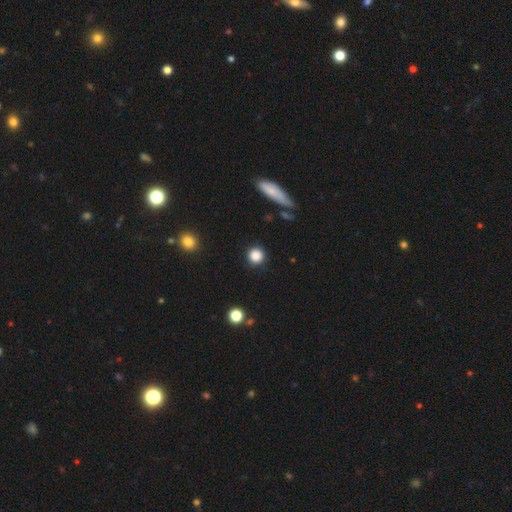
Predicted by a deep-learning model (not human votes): Smooth or featured?
  - smooth: 85% *
  - star or artifact: 10%
  - featured or disk: 5%
How rounded?
  - round: 92% *
  - in between: 6%
  - cigar-shaped: 1%
Merging?
  - none: 89% *
  - minor disturbance: 7%
  - major disturbance: 2%
  - merger: 2%